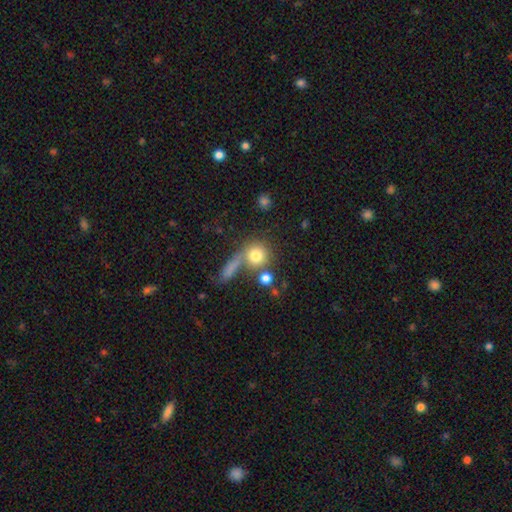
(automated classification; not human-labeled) Morphology: type=smooth (77%); roundness=round (85%); merging=none (51%).